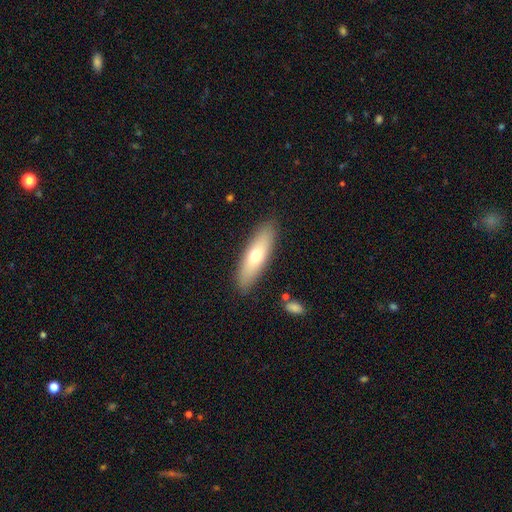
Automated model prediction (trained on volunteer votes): The model was most divided on "how rounded": cigar-shaped: 57%, in between: 41%, round: 2%. More confident: merging — none (87%); smooth or featured — smooth (62%).